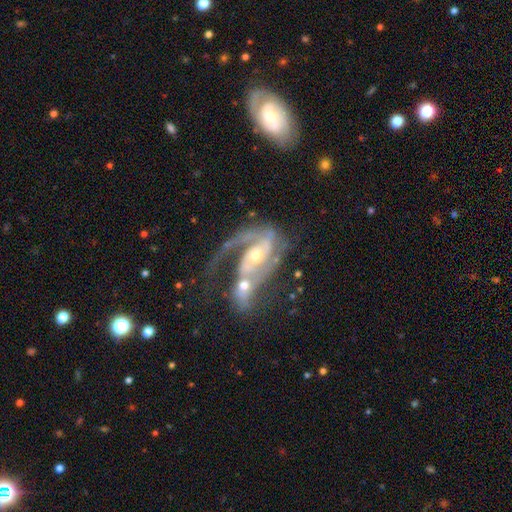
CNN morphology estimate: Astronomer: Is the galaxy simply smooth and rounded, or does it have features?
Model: featured or disk — 86%.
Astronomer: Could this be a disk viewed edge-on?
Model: no — 96%.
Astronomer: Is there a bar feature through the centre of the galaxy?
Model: no — 42% (runner-up: weak, 37%).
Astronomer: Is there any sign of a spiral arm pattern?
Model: yes — 93%.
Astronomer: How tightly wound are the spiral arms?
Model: medium — 44% (runner-up: loose, 29%).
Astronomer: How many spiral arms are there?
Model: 2 — 51% (runner-up: 1, 27%).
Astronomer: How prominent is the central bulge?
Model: moderate — 47% (runner-up: small, 46%).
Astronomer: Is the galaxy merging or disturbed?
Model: merger — 48%.